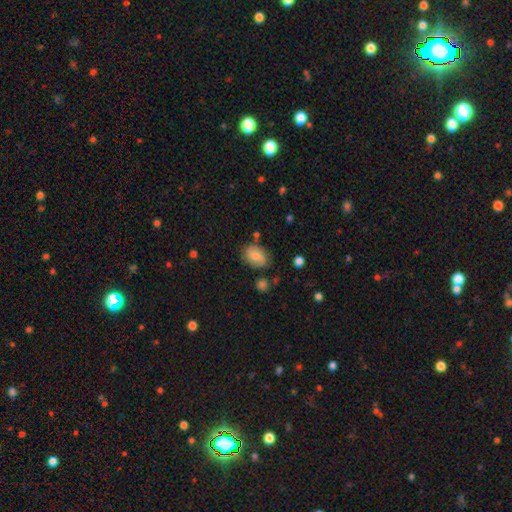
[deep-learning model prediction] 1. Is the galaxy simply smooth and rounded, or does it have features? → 74% smooth, 18% featured or disk, 8% star or artifact.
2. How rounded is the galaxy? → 74% in between, 24% round, 1% cigar-shaped.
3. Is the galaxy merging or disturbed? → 72% none, 19% minor disturbance, 5% major disturbance, 4% merger.